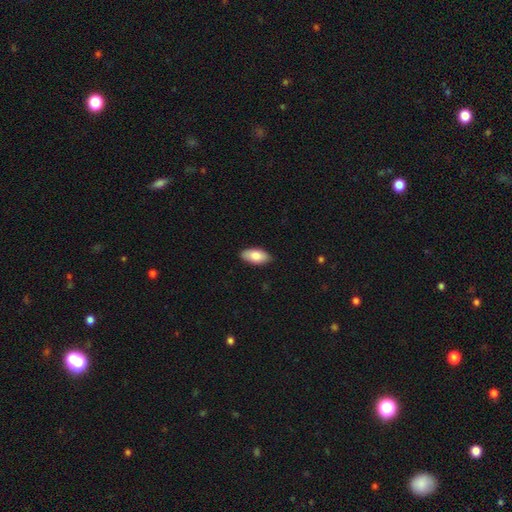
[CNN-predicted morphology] Overall: smooth (82%). How rounded: in between (93%). Merging: none (86%).